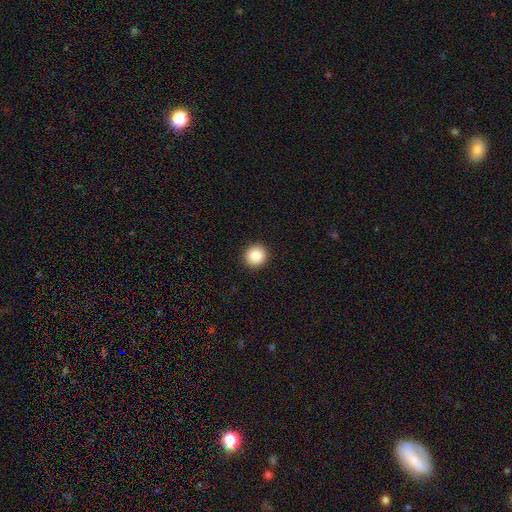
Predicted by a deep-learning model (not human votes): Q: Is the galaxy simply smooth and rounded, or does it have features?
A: smooth — 88%.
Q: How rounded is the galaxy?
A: round — 93%.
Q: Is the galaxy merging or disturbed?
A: none — 93%.